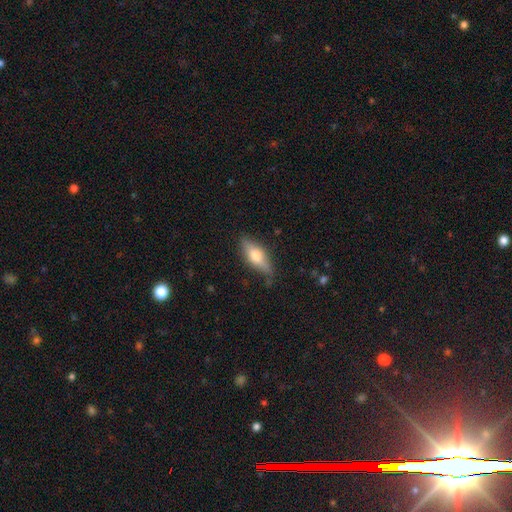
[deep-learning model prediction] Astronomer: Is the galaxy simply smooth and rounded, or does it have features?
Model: smooth — 53% (runner-up: featured or disk, 41%).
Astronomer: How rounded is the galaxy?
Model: in between — 60% (runner-up: cigar-shaped, 37%).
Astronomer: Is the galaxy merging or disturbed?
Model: none — 77%.